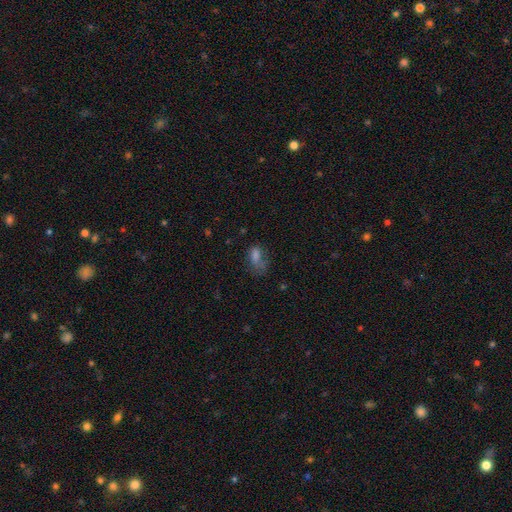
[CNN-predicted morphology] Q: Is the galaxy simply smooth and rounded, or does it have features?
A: smooth — 58%.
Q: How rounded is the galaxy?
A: in between — 83%.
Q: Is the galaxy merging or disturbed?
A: major disturbance — 37%.